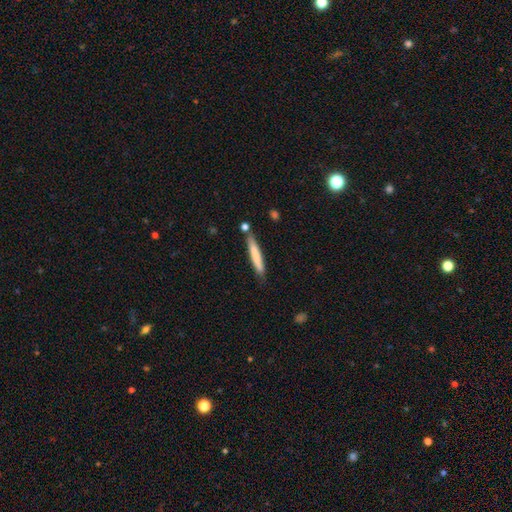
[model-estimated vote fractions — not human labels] Smooth or featured?
  - smooth: 74% *
  - featured or disk: 20%
  - star or artifact: 6%
How rounded?
  - cigar-shaped: 94% *
  - in between: 5%
  - round: 1%
Merging?
  - none: 78% *
  - minor disturbance: 13%
  - merger: 6%
  - major disturbance: 3%